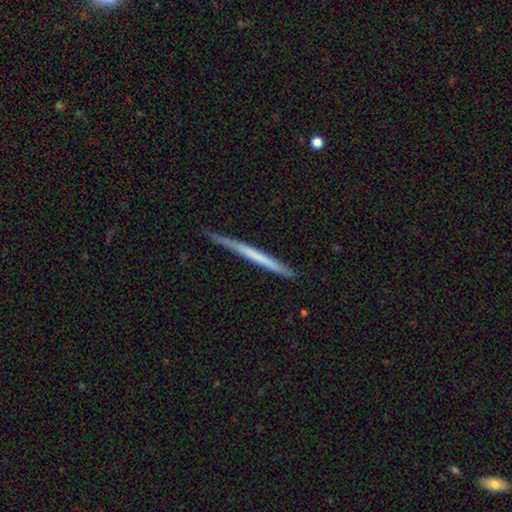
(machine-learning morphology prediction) Smooth or featured: featured or disk — 49% (smooth — 46%)
Merging: none — 84% (minor disturbance — 13%)